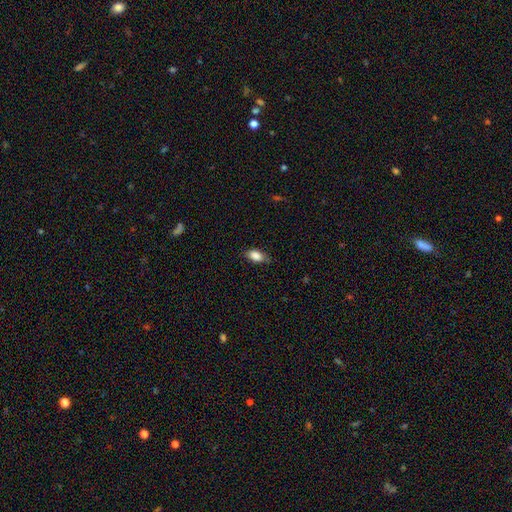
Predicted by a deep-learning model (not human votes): A smooth galaxy with no disk features (85%) that is in between round and cigar-shaped (88%). Merging: none (74%).